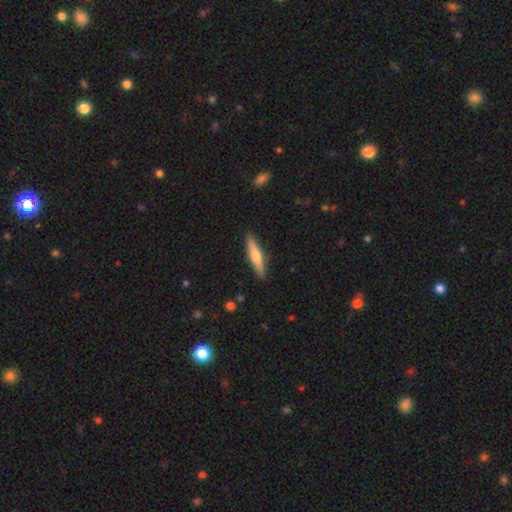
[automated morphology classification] Smooth or featured?
  - smooth: 51% *
  - featured or disk: 43%
  - star or artifact: 6%
How rounded?
  - cigar-shaped: 85% *
  - in between: 13%
  - round: 2%
Merging?
  - none: 89% *
  - minor disturbance: 8%
  - major disturbance: 2%
  - merger: 1%